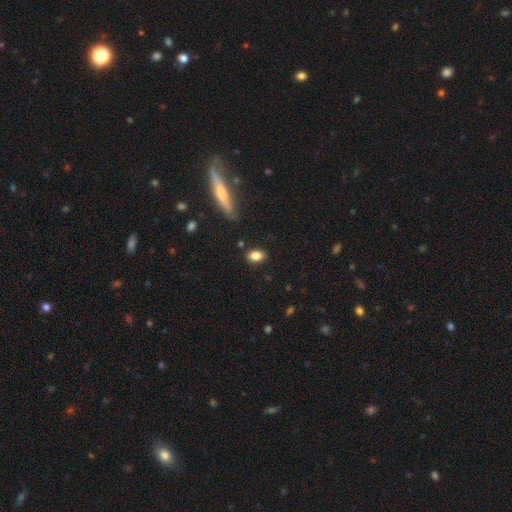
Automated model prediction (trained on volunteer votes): smooth_or_featured: smooth (p=0.83) [alt: featured or disk p=0.09]
how_rounded: in between (p=0.85) [alt: round p=0.11]
merging: none (p=0.85) [alt: minor disturbance p=0.11]